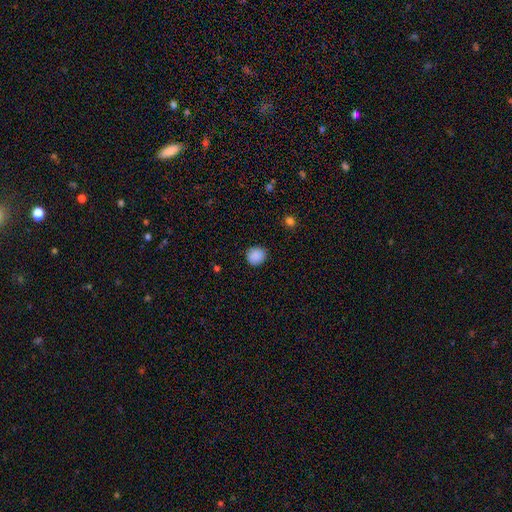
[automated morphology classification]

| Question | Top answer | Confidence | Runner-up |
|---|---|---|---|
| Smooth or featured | smooth | 89% | star or artifact (9%) |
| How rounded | round | 83% | in between (16%) |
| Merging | none | 86% | minor disturbance (10%) |